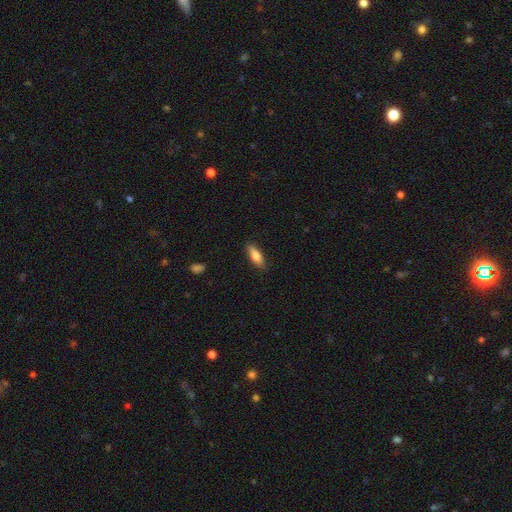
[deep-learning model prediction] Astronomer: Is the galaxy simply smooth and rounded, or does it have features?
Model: smooth — 81%.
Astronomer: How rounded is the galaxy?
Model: in between — 66%.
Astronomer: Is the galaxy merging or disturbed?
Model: none — 87%.